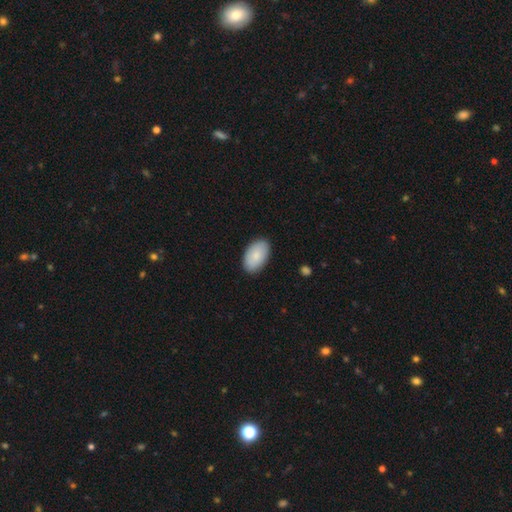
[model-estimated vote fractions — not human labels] Smooth or featured? Predicted: smooth (p=0.85). How rounded? Predicted: in between (p=0.95). Merging? Predicted: none (p=0.88).